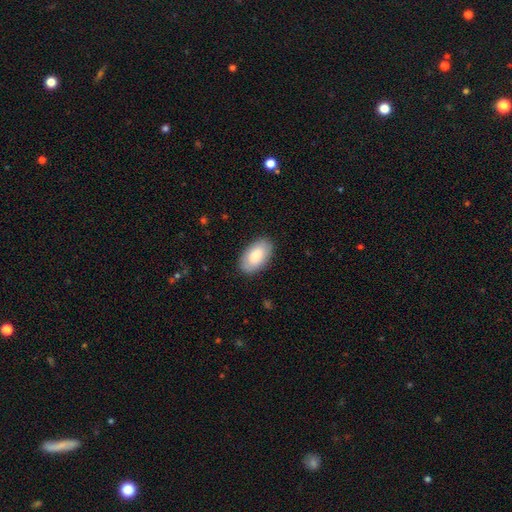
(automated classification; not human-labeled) Q: Smooth or featured?
A: smooth (82%); runner-up: featured or disk (13%)
Q: How rounded?
A: in between (95%); runner-up: round (4%)
Q: Merging?
A: none (86%); runner-up: minor disturbance (10%)